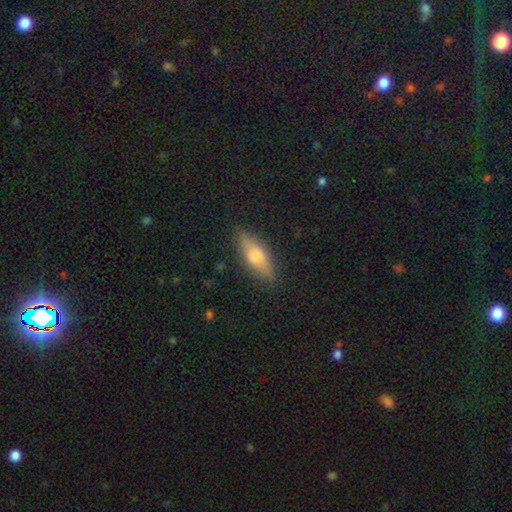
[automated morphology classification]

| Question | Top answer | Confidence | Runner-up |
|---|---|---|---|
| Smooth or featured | smooth | 57% | featured or disk (36%) |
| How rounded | in between | 55% | cigar-shaped (42%) |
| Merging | none | 86% | minor disturbance (11%) |